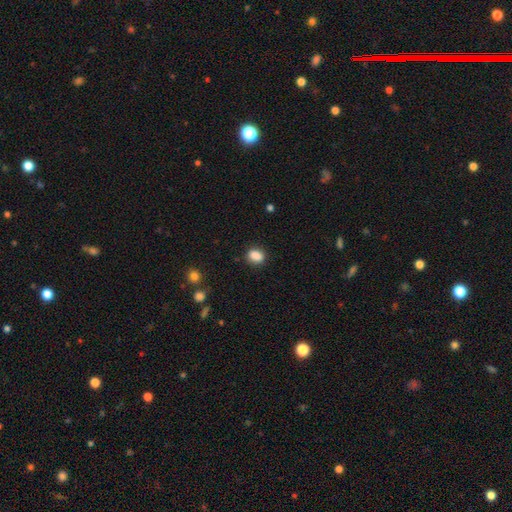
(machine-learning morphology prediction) Q: Smooth or featured?
A: smooth (87%); runner-up: star or artifact (9%)
Q: How rounded?
A: in between (62%); runner-up: round (36%)
Q: Merging?
A: none (83%); runner-up: minor disturbance (12%)